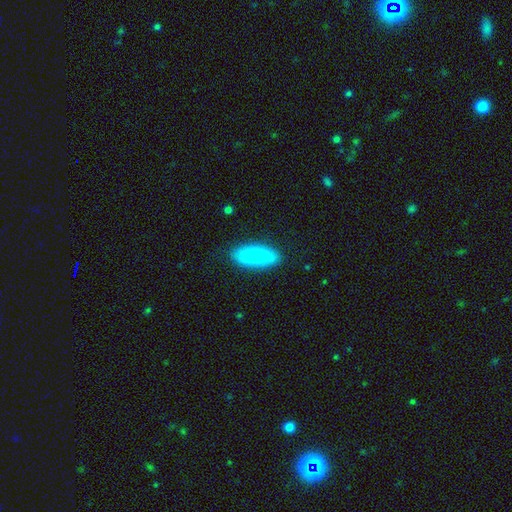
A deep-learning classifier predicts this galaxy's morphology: A smooth galaxy with no disk features (84%) that is in between round and cigar-shaped (82%).

Vote fractions:
- Smooth or featured? smooth: 84% / featured or disk: 10% / star or artifact: 6%
- How rounded? in between: 82% / cigar-shaped: 16% / round: 2%
- Merging? none: 85% / minor disturbance: 11% / major disturbance: 2% / merger: 1%